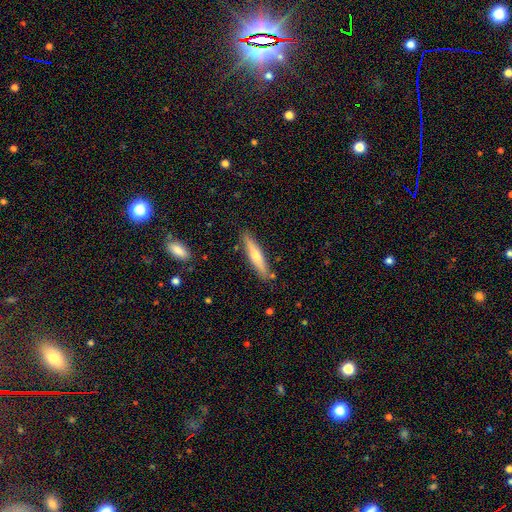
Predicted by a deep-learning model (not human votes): This appears to be a smooth galaxy with no disk features (50%) that is cigar-shaped (86%). Merging: none (87%).